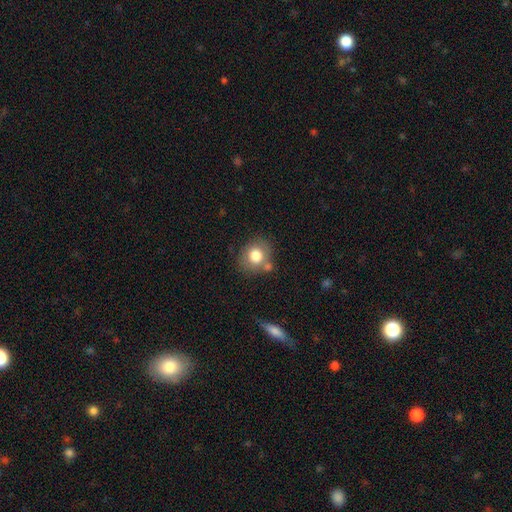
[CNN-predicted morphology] A smooth galaxy with no disk features (79%) that is round (75%).

Vote fractions:
- Smooth or featured? smooth: 79% / featured or disk: 12% / star or artifact: 9%
- How rounded? round: 75% / in between: 24% / cigar-shaped: 1%
- Merging? none: 66% / minor disturbance: 15% / merger: 14% / major disturbance: 5%